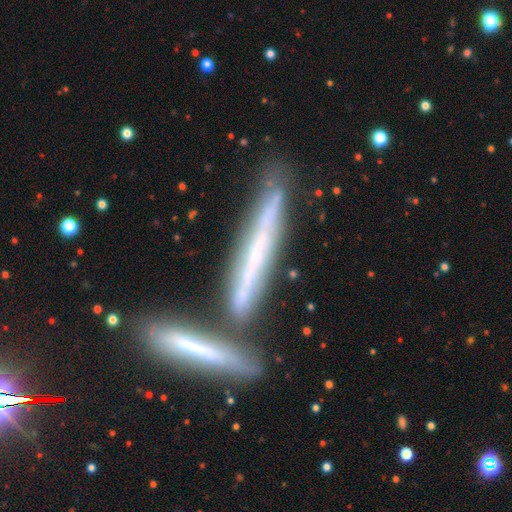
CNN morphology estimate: Smooth or featured: featured or disk — 59% (smooth — 31%)
Edge-on disk: yes — 87% (no — 13%)
Edge-on bulge: none — 86% (rounded — 9%)
Merging: none — 63% (merger — 21%)